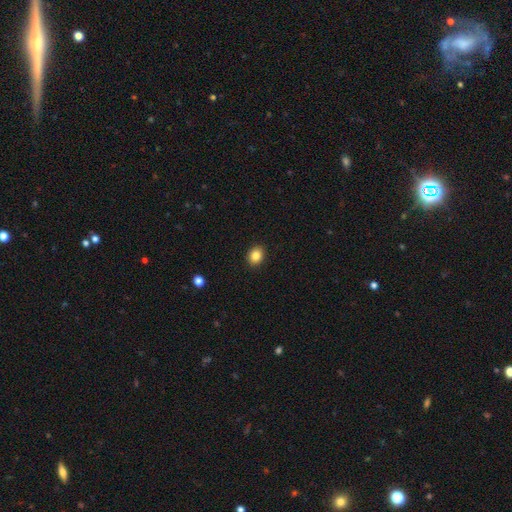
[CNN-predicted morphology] smooth 85%, star or artifact 10%, featured or disk 5%. Down the decision tree: how rounded — round (57%); merging — none (91%).